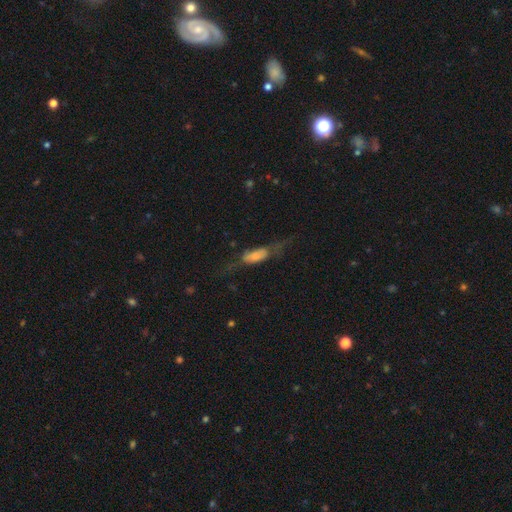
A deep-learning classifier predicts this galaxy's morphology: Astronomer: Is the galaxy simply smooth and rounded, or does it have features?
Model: smooth — 62%.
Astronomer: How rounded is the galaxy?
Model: in between — 67%.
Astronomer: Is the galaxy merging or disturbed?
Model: major disturbance — 38% (runner-up: none, 33%).